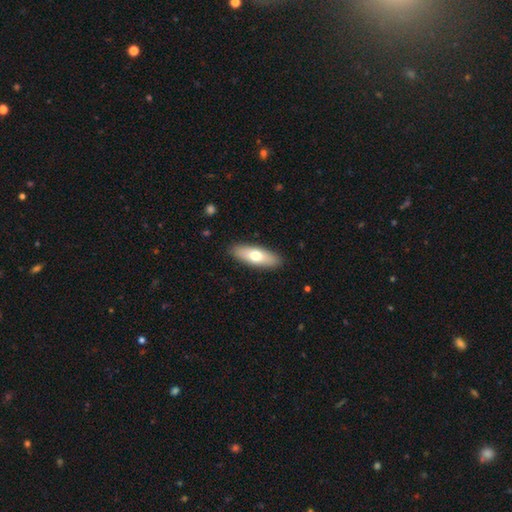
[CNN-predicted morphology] smooth-or-featured: smooth: 66% | featured or disk: 29% | star or artifact: 5%
  how-rounded: in between: 59% | cigar-shaped: 39% | round: 3%
  merging: none: 90% | minor disturbance: 8% | major disturbance: 2% | merger: 1%